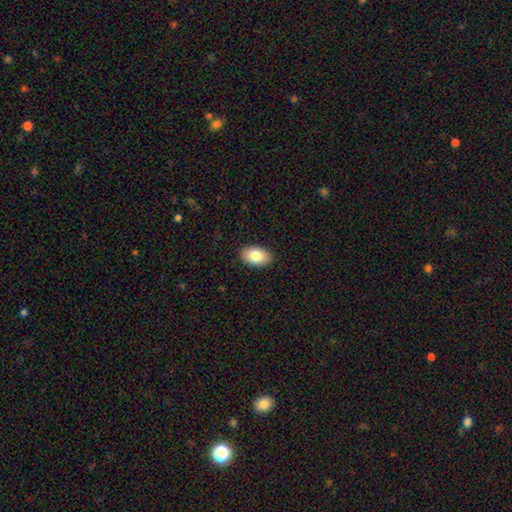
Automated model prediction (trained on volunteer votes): Smooth or featured: smooth — 82% (featured or disk — 11%)
How rounded: in between — 92% (round — 7%)
Merging: none — 89% (minor disturbance — 8%)